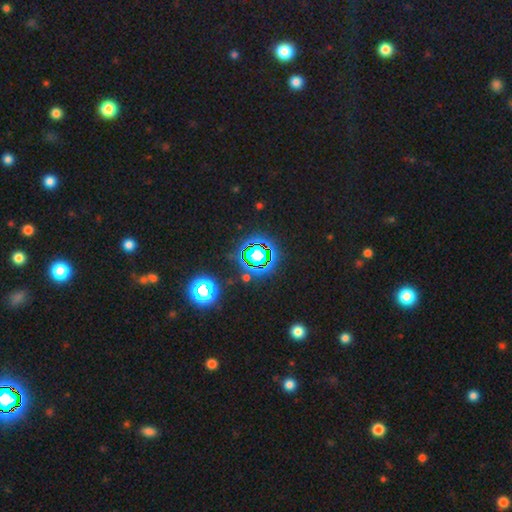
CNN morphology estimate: Smooth or featured?
  - star or artifact: 77% *
  - smooth: 15%
  - featured or disk: 7%